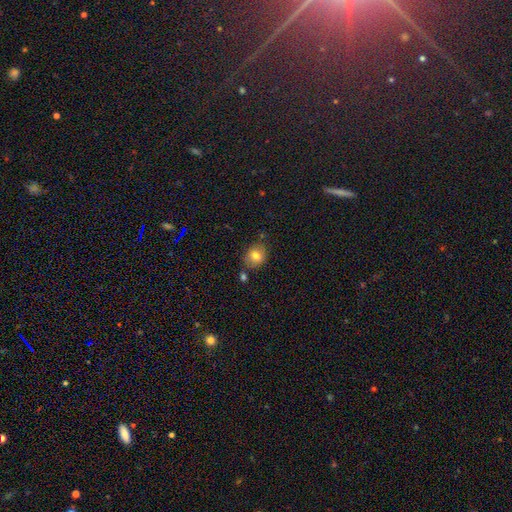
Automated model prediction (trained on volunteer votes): The model was most divided on "how rounded": round: 70%, in between: 29%, cigar-shaped: 1%. More confident: smooth or featured — smooth (79%); merging — none (74%).